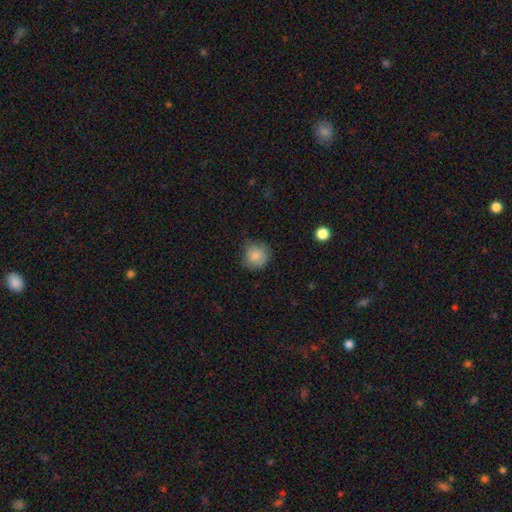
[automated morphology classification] Smooth or featured? Predicted: smooth (p=0.85). How rounded? Predicted: round (p=0.89). Merging? Predicted: none (p=0.70).